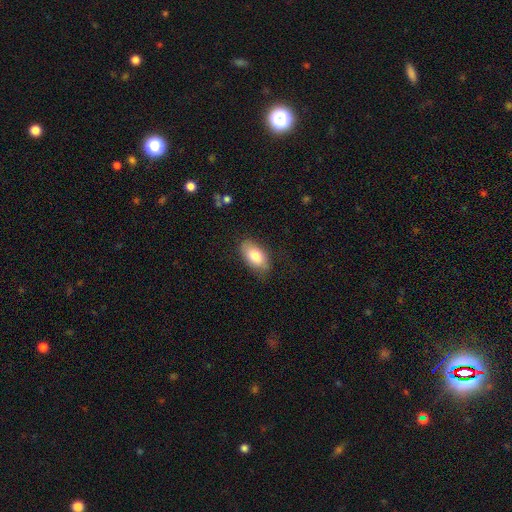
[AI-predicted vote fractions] This appears to be a smooth galaxy with no disk features (80%) that is in between round and cigar-shaped (93%). Merging: none (77%).